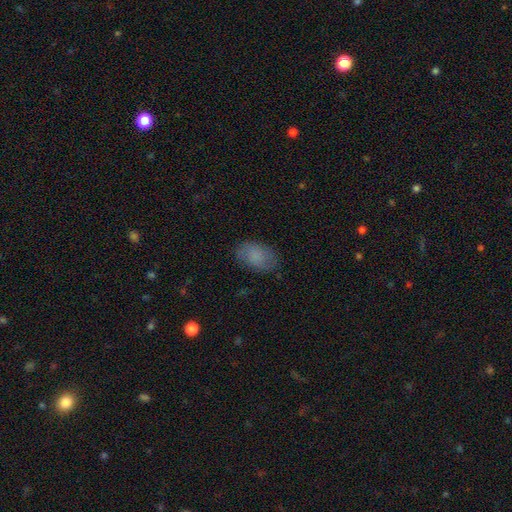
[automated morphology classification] Overall: smooth (81%). How rounded: in between (92%). Merging: none (80%).